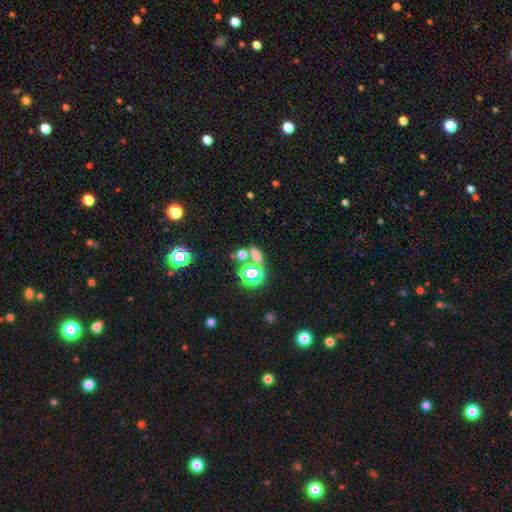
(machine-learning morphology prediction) Smooth or featured? Predicted: smooth (p=0.52). How rounded? Predicted: in between (p=0.63). Merging? Predicted: none (p=0.63).